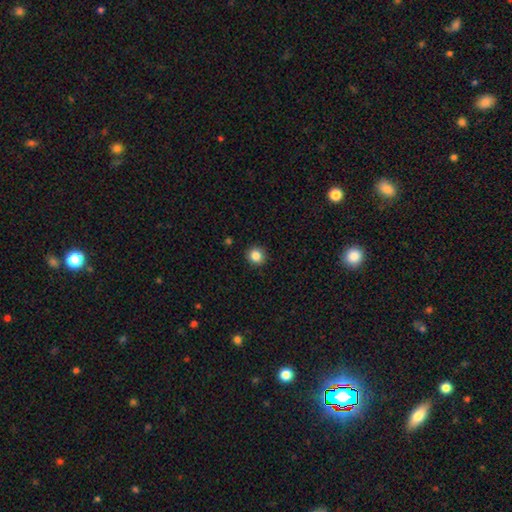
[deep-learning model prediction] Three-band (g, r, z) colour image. It shows a smooth galaxy with no disk features (85%) that is round (92%). Merging: none (92%).